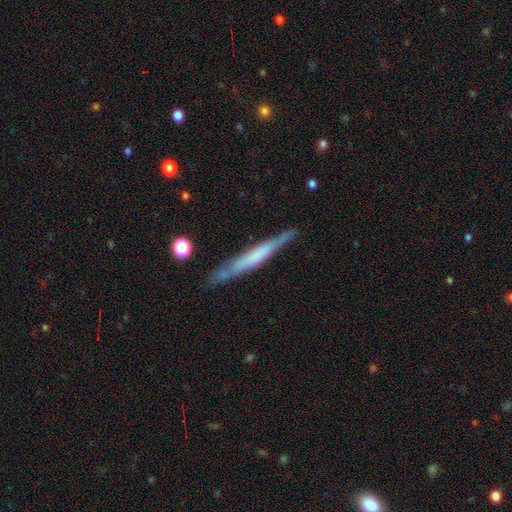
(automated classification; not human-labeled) Q: Smooth or featured?
A: featured or disk (51%); runner-up: smooth (43%)
Q: Edge-on disk?
A: yes (94%); runner-up: no (6%)
Q: Merging?
A: none (82%); runner-up: minor disturbance (13%)